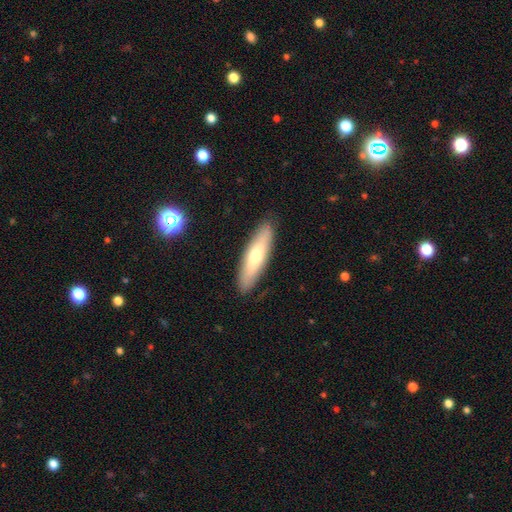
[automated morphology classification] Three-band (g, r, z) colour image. It shows a smooth galaxy with no disk features (61%) that is cigar-shaped (65%). Merging: none (88%).